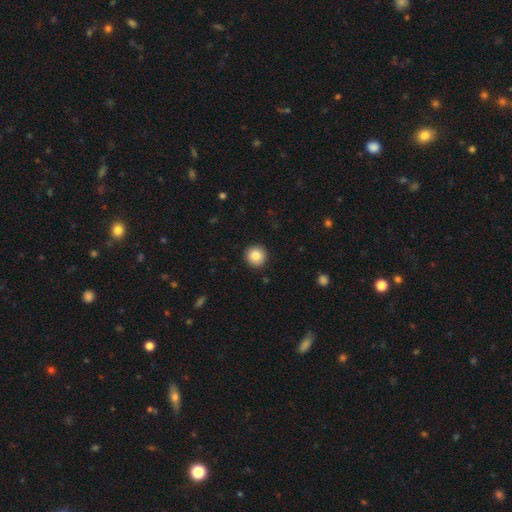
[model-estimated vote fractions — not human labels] Smooth or featured? Predicted: smooth (p=0.88). How rounded? Predicted: round (p=0.94). Merging? Predicted: none (p=0.92).